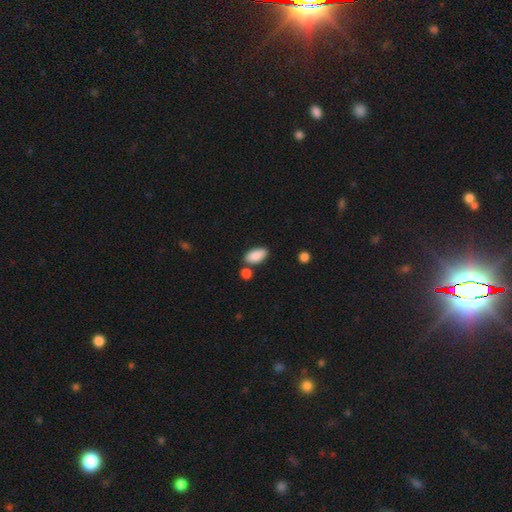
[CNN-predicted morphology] smooth_or_featured: smooth (p=0.88) [alt: star or artifact p=0.07]
how_rounded: in between (p=0.92) [alt: cigar-shaped p=0.05]
merging: none (p=0.71) [alt: merger p=0.13]